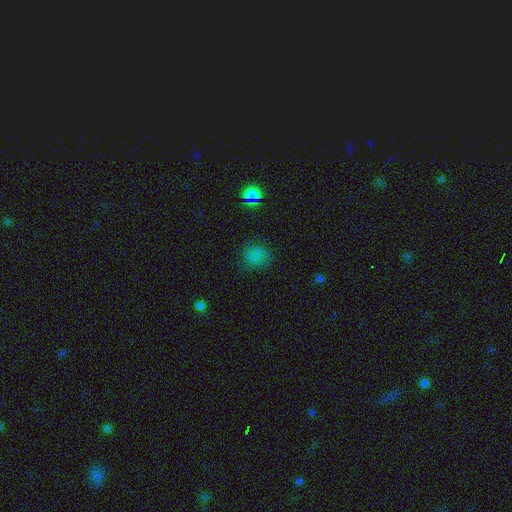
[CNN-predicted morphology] Smooth or featured? smooth (73%)
How rounded? round (82%)
Merging? none (76%)